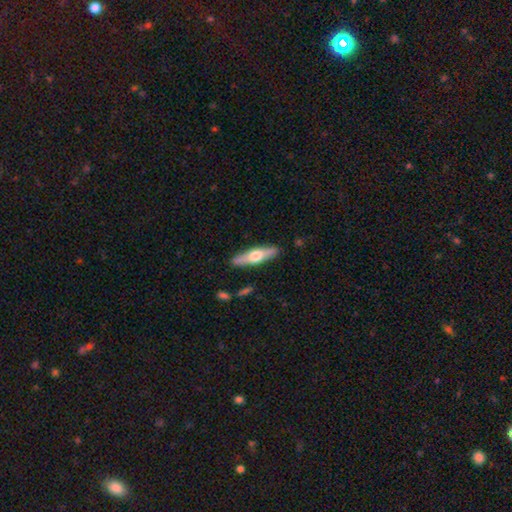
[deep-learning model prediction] Morphology: type=featured or disk (51%); edge-on=yes (89%); merging=none (88%).